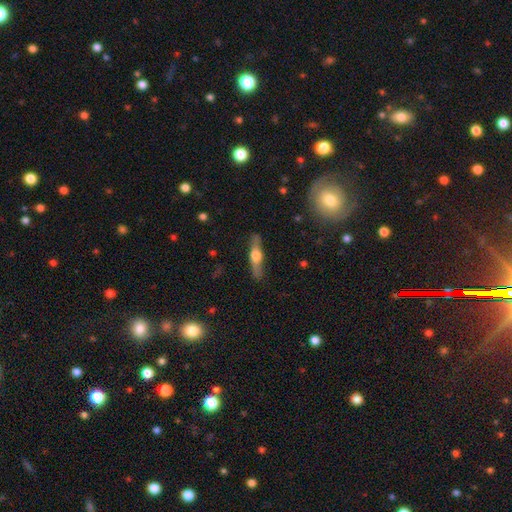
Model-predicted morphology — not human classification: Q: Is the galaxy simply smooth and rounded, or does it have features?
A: featured or disk — 62%.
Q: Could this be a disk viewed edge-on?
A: yes — 94%.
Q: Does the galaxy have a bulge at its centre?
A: rounded — 92%.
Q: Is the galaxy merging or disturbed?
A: none — 87%.